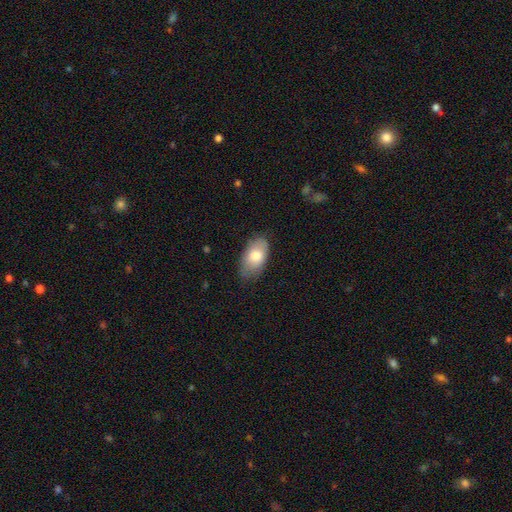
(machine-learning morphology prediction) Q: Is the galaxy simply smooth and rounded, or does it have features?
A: smooth — 78%.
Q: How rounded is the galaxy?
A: in between — 93%.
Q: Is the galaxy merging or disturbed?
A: none — 73%.